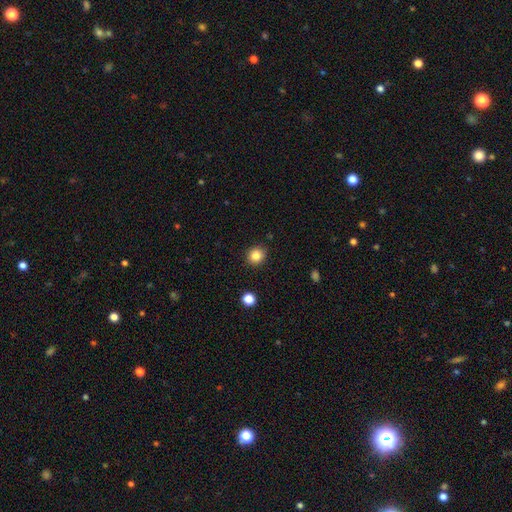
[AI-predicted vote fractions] smooth-or-featured: smooth: 83% | star or artifact: 11% | featured or disk: 6%
  how-rounded: round: 82% | in between: 17% | cigar-shaped: 1%
  merging: none: 90% | minor disturbance: 7% | major disturbance: 2% | merger: 1%